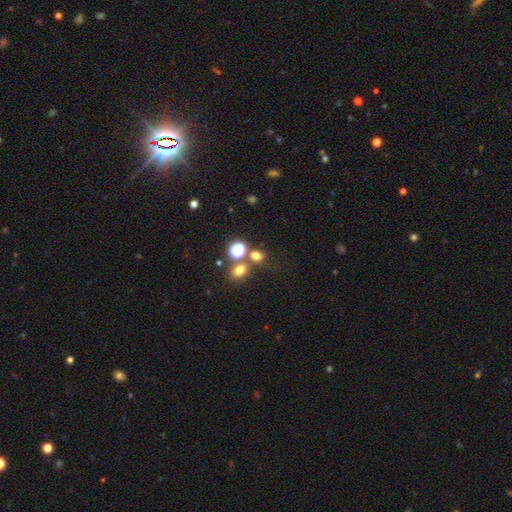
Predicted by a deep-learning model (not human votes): Smooth or featured?
  - smooth: 68% *
  - star or artifact: 24%
  - featured or disk: 8%
How rounded?
  - round: 69% *
  - in between: 30%
  - cigar-shaped: 1%
Merging?
  - none: 63% *
  - merger: 22%
  - minor disturbance: 10%
  - major disturbance: 5%